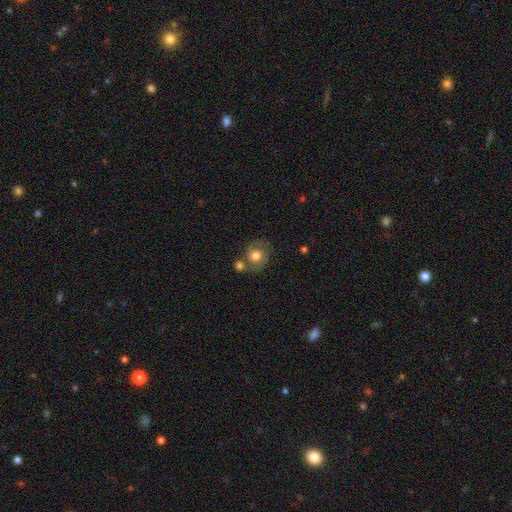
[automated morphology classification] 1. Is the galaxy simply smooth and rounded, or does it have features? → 54% smooth, 37% featured or disk, 9% star or artifact.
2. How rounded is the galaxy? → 71% round, 28% in between, 1% cigar-shaped.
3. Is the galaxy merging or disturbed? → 58% none, 20% merger, 16% minor disturbance, 7% major disturbance.